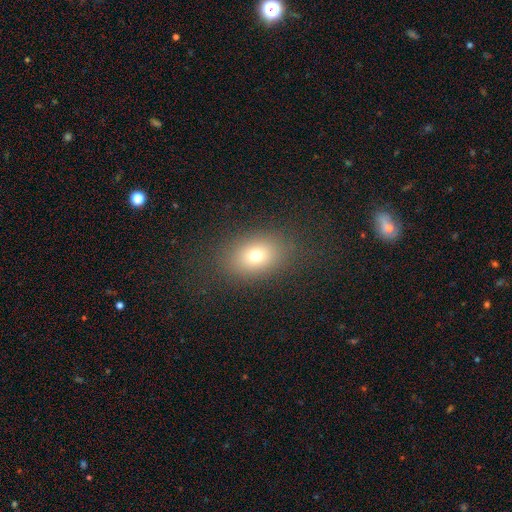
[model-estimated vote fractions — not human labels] Smooth or featured?
  - smooth: 72% *
  - star or artifact: 15%
  - featured or disk: 13%
How rounded?
  - in between: 65% *
  - round: 33%
  - cigar-shaped: 1%
Merging?
  - none: 83% *
  - minor disturbance: 10%
  - major disturbance: 6%
  - merger: 1%